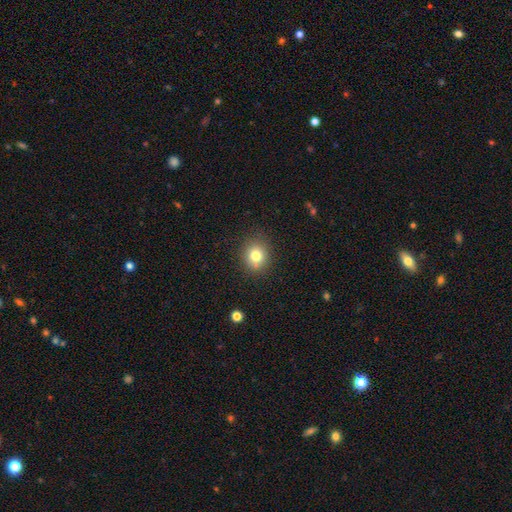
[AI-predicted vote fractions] Overall: smooth (79%). How rounded: round (75%). Merging: none (87%).